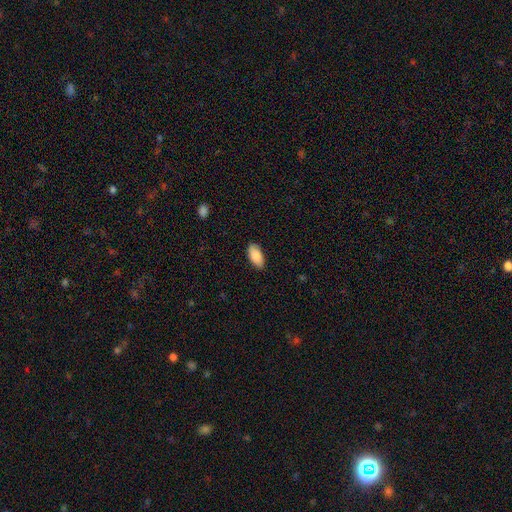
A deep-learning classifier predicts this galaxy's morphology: Smooth or featured?
  - smooth: 85% *
  - featured or disk: 9%
  - star or artifact: 6%
How rounded?
  - in between: 92% *
  - cigar-shaped: 5%
  - round: 2%
Merging?
  - none: 85% *
  - minor disturbance: 12%
  - major disturbance: 2%
  - merger: 1%